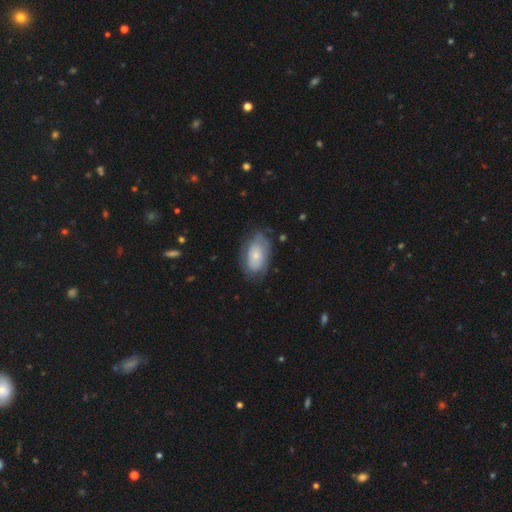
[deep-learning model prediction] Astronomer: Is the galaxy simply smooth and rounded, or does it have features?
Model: smooth — 54% (runner-up: featured or disk, 40%).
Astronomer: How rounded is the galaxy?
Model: in between — 92%.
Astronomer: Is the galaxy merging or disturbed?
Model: none — 65%.